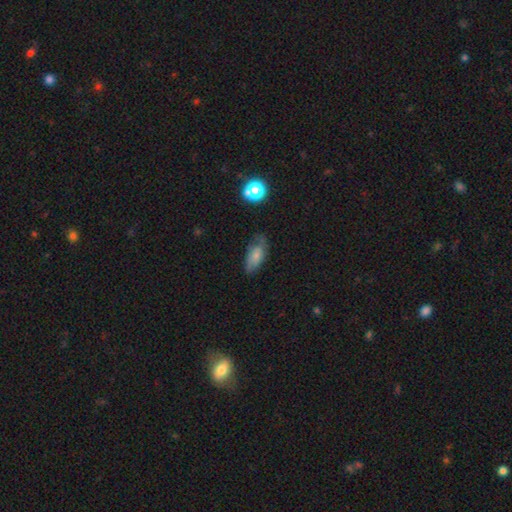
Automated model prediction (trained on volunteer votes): Overall: smooth (67%). How rounded: in between (86%). Merging: none (56%; minor disturbance 31%).